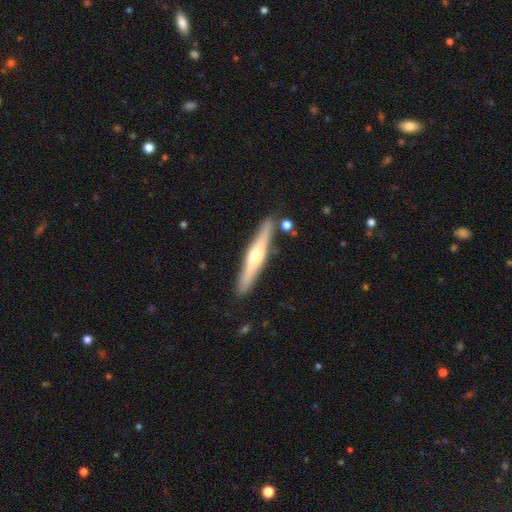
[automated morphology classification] Smooth or featured: featured or disk — 64% (smooth — 31%)
Edge-on disk: yes — 95% (no — 5%)
Edge-on bulge: rounded — 88% (none — 8%)
Merging: none — 87% (minor disturbance — 8%)